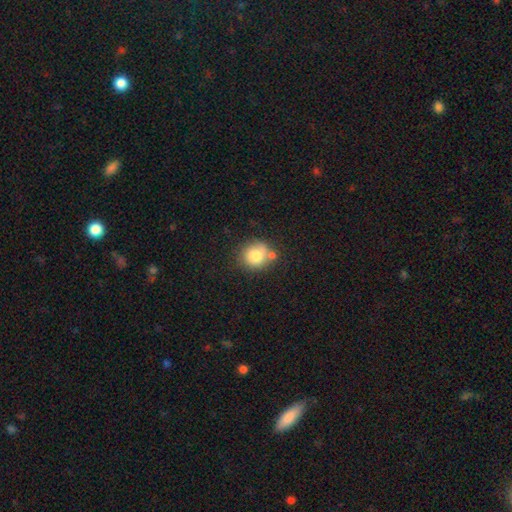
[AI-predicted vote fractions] Q: Smooth or featured?
A: smooth (79%); runner-up: featured or disk (12%)
Q: How rounded?
A: round (83%); runner-up: in between (16%)
Q: Merging?
A: none (58%); runner-up: merger (19%)